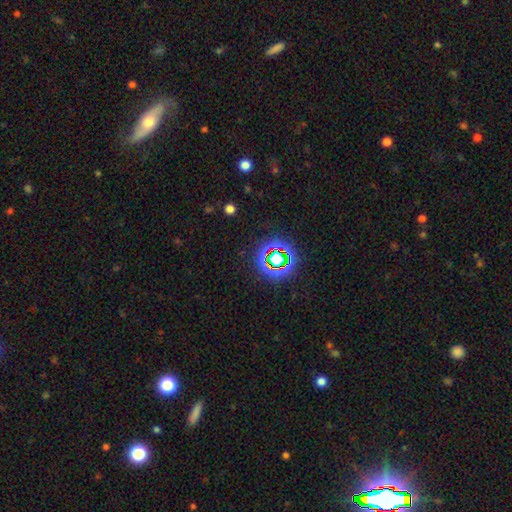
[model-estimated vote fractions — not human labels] The model was most divided on "smooth or featured": star or artifact: 66%, smooth: 18%, featured or disk: 16%.